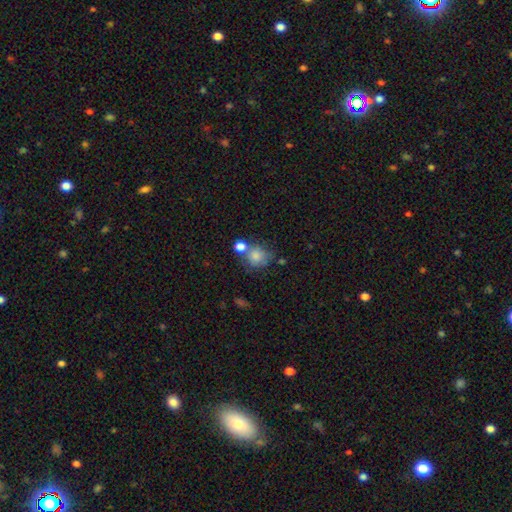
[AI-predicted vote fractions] smooth 80%, star or artifact 10%, featured or disk 10%. Down the decision tree: how rounded — round (80%); merging — none (50%).